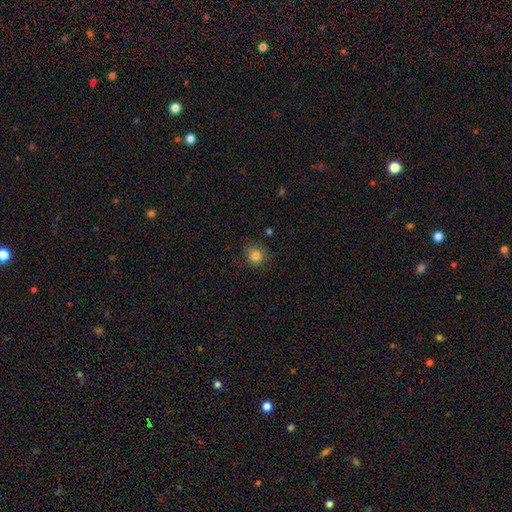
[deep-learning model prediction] smooth-or-featured: smooth: 84% | star or artifact: 11% | featured or disk: 5%
  how-rounded: round: 86% | in between: 13% | cigar-shaped: 1%
  merging: none: 83% | minor disturbance: 13% | major disturbance: 3% | merger: 1%